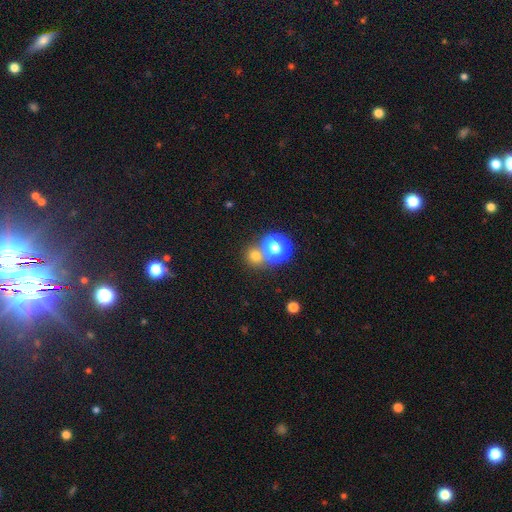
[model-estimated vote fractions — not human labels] Smooth or featured? smooth (69%)
How rounded? round (87%)
Merging? none (67%)